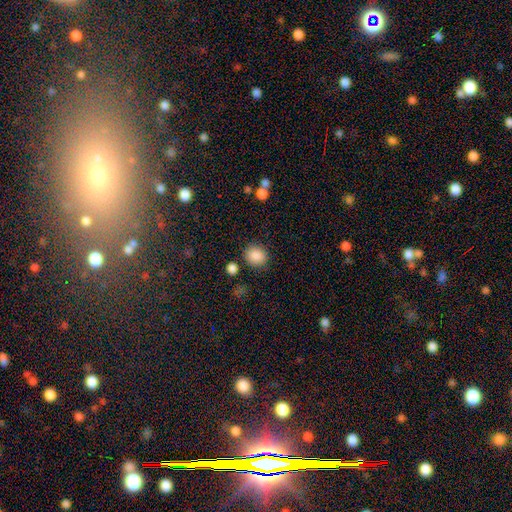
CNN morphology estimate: This is clearly a smooth galaxy (87%). How rounded: likely round (76%). Merging: clearly none (84%).